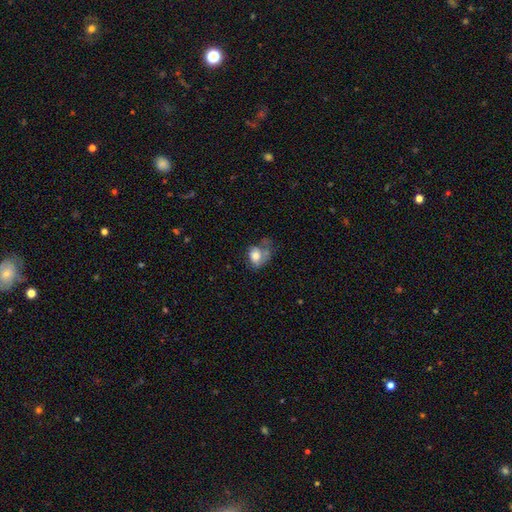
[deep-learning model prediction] Smooth or featured: smooth — 66% (featured or disk — 26%)
How rounded: in between — 60% (round — 39%)
Merging: major disturbance — 38% (minor disturbance — 27%)